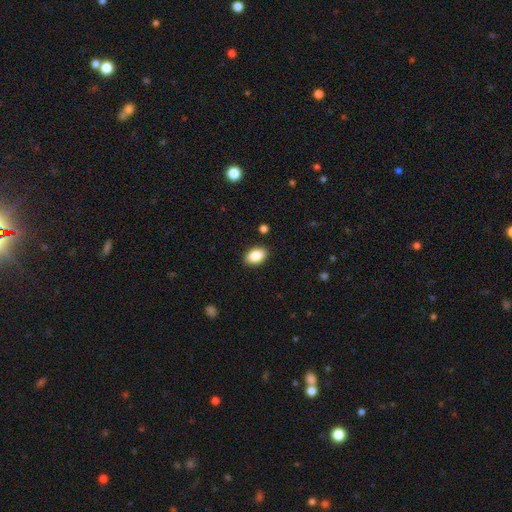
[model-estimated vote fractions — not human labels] Smooth or featured? Predicted: smooth (p=0.87). How rounded? Predicted: in between (p=0.87). Merging? Predicted: none (p=0.89).